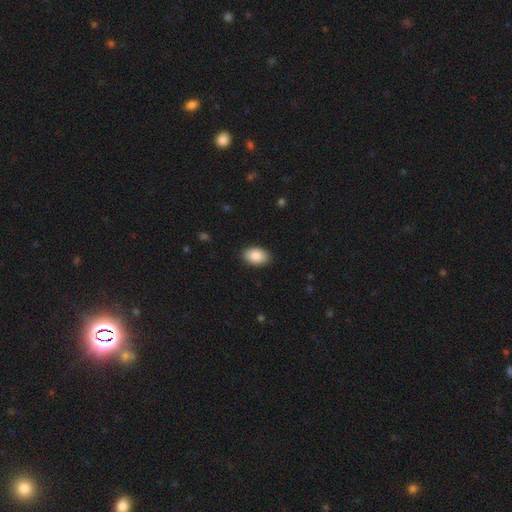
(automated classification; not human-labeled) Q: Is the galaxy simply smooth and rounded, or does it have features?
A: smooth — 90%.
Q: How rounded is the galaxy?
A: in between — 91%.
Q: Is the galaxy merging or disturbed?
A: none — 89%.